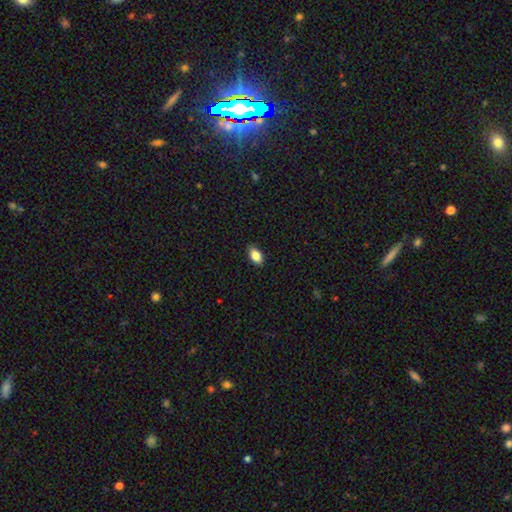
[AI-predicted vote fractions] A smooth galaxy with no disk features (86%) that is in between round and cigar-shaped (91%). Merging: none (87%).